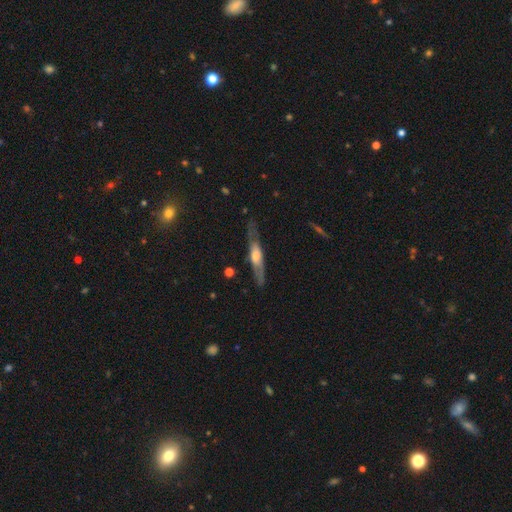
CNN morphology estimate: A featured or disk galaxy (65%) viewed edge-on (76%).

Vote fractions:
- Smooth or featured? featured or disk: 65% / smooth: 29% / star or artifact: 6%
- Edge-on disk? yes: 76% / no: 24%
- Merging? none: 75% / minor disturbance: 18% / major disturbance: 6% / merger: 2%